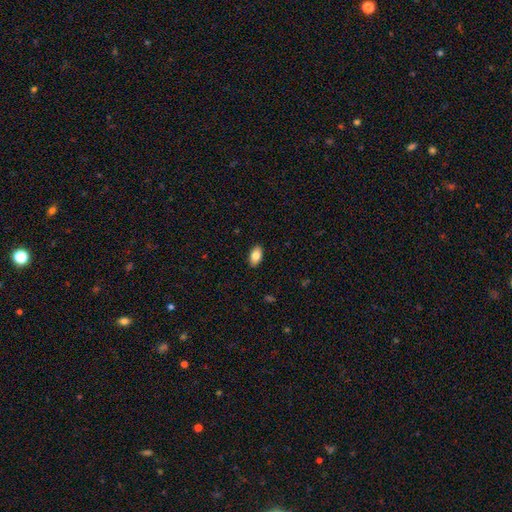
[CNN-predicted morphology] Smooth or featured? Predicted: smooth (p=0.83). How rounded? Predicted: in between (p=0.93). Merging? Predicted: none (p=0.90).